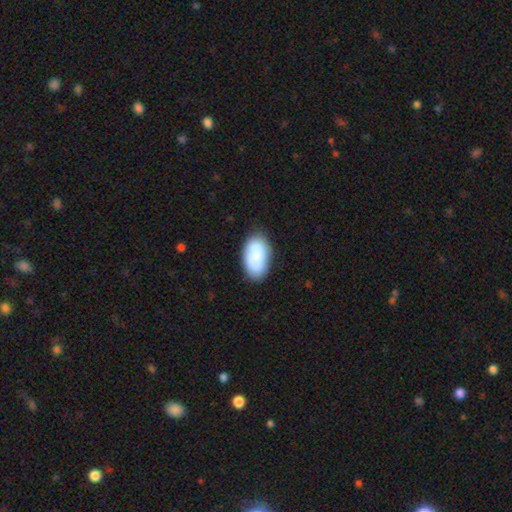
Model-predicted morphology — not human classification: smooth 75%, featured or disk 19%, star or artifact 7%. Down the decision tree: how rounded — in between (94%); merging — none (77%).